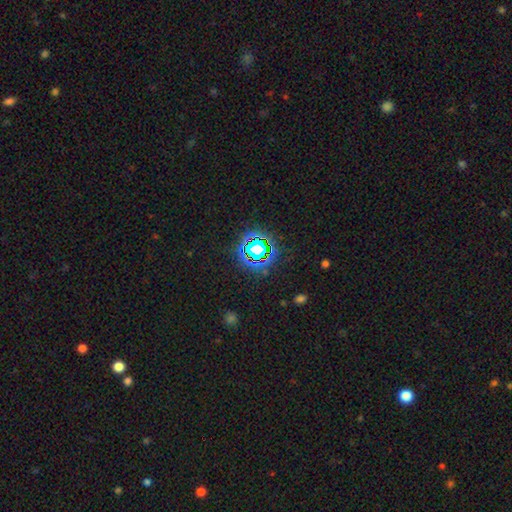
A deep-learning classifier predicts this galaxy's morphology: This appears to be a star or artifact, not a galaxy (77%).